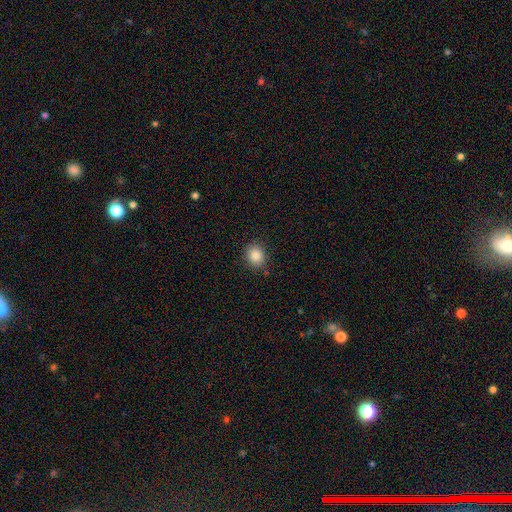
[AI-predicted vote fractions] Smooth or featured? Predicted: smooth (p=0.87). How rounded? Predicted: round (p=0.75). Merging? Predicted: none (p=0.85).